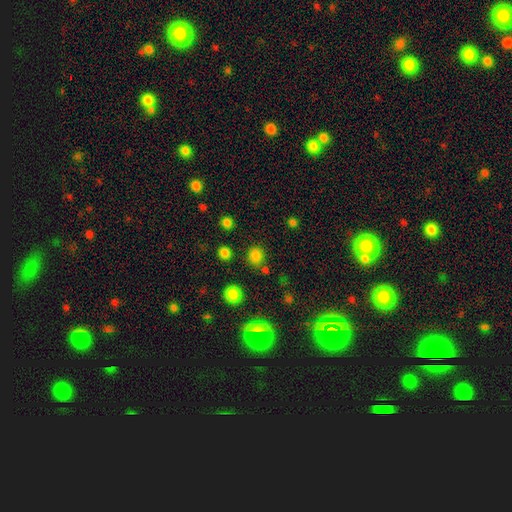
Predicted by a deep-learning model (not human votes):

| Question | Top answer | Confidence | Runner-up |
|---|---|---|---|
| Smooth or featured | smooth | 77% | star or artifact (19%) |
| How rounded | round | 79% | in between (20%) |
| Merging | none | 80% | minor disturbance (10%) |